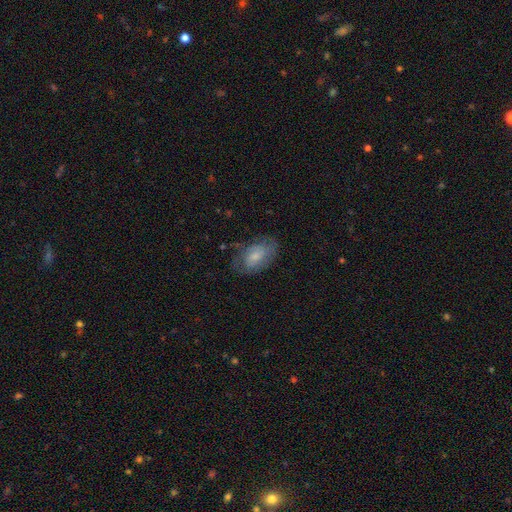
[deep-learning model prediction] smooth_or_featured: smooth (p=0.55) [alt: featured or disk p=0.37]
how_rounded: in between (p=0.90) [alt: round p=0.08]
merging: none (p=0.62) [alt: minor disturbance p=0.25]